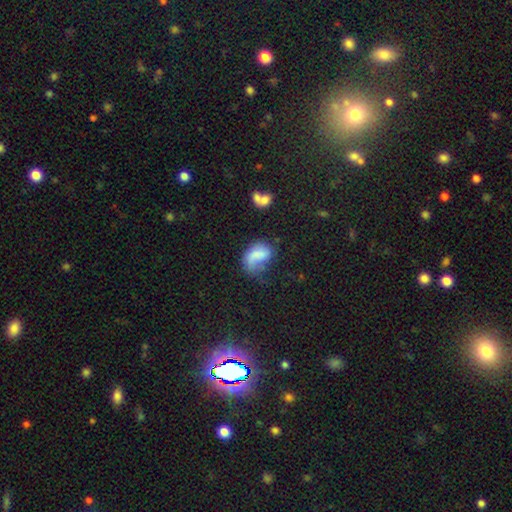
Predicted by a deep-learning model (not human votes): Q: Smooth or featured?
A: smooth (60%); runner-up: featured or disk (31%)
Q: How rounded?
A: in between (82%); runner-up: round (16%)
Q: Merging?
A: major disturbance (36%); runner-up: minor disturbance (29%)